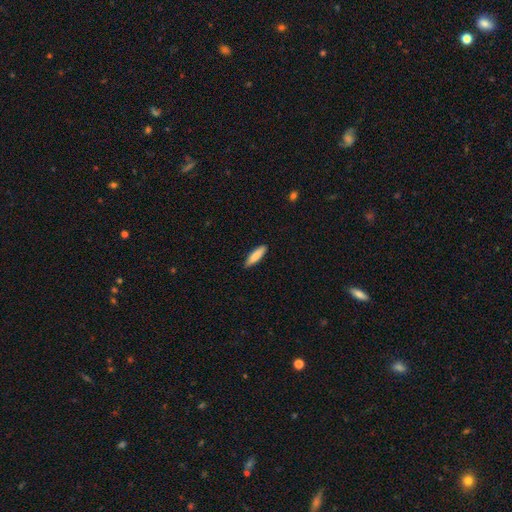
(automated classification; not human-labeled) A smooth galaxy with no disk features (85%) that is cigar-shaped (70%). Merging: none (87%).